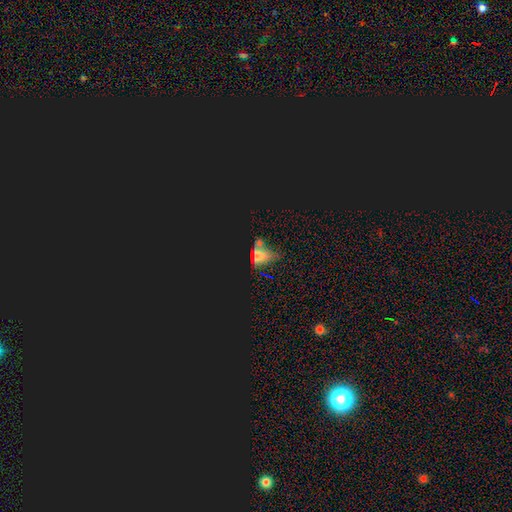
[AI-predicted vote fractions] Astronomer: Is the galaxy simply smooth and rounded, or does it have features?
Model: star or artifact — 55% (runner-up: smooth, 30%).